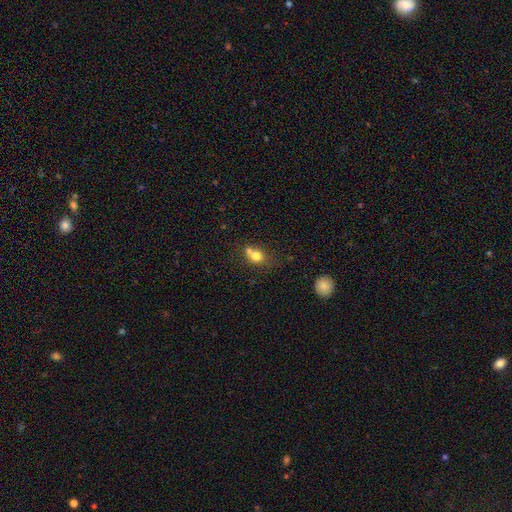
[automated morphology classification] A smooth galaxy with no disk features (74%) that is round (59%).

Vote fractions:
- Smooth or featured? smooth: 74% / featured or disk: 14% / star or artifact: 12%
- How rounded? round: 59% / in between: 39% / cigar-shaped: 2%
- Merging? merger: 44% / none: 37% / minor disturbance: 13% / major disturbance: 6%